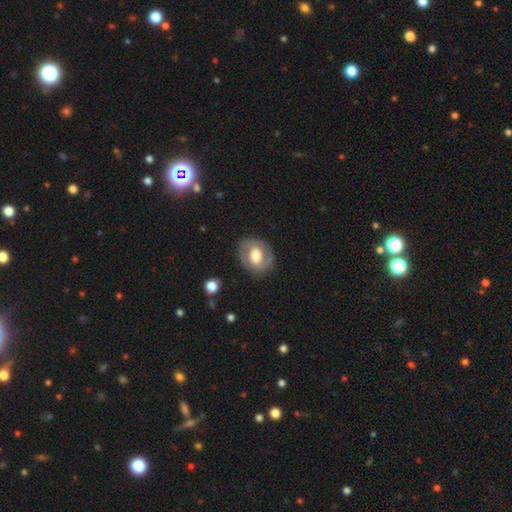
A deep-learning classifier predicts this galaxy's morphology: Q: Smooth or featured?
A: featured or disk (54%); runner-up: smooth (40%)
Q: Edge-on disk?
A: no (96%); runner-up: yes (4%)
Q: Bar?
A: no (56%); runner-up: weak (32%)
Q: Spiral arms?
A: yes (53%); runner-up: no (47%)
Q: Bulge size?
A: moderate (48%); runner-up: large (42%)
Q: Merging?
A: none (81%); runner-up: minor disturbance (13%)